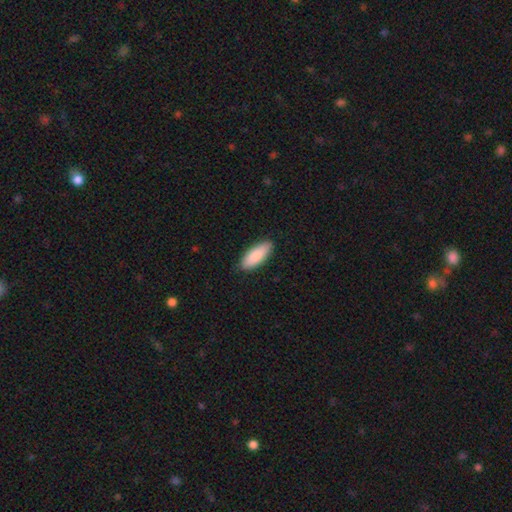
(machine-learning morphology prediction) A smooth galaxy with no disk features (88%) that is in between round and cigar-shaped (76%).

Vote fractions:
- Smooth or featured? smooth: 88% / featured or disk: 7% / star or artifact: 5%
- How rounded? in between: 76% / cigar-shaped: 22% / round: 2%
- Merging? none: 88% / minor disturbance: 9% / major disturbance: 2% / merger: 1%